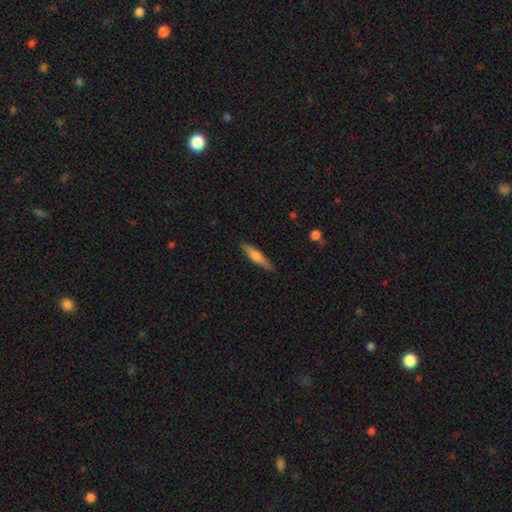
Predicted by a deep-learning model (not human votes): Smooth or featured? smooth (55%)
How rounded? cigar-shaped (86%)
Merging? none (89%)